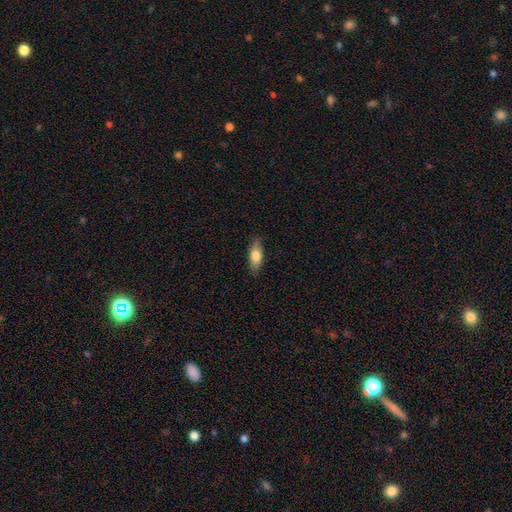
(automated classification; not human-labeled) Overall: smooth (73%). How rounded: in between (75%). Merging: none (82%).